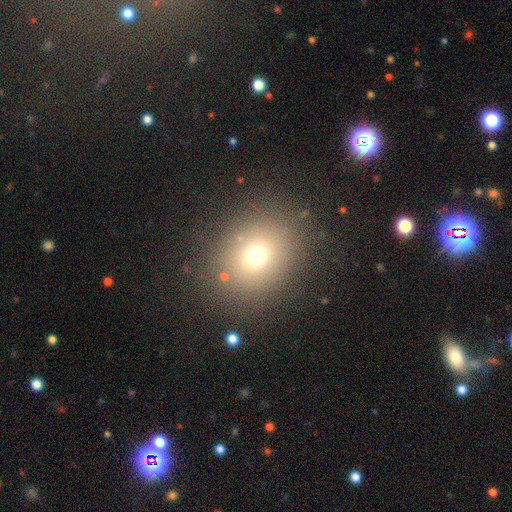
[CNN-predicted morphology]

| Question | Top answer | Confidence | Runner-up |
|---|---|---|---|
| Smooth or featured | smooth | 68% | star or artifact (20%) |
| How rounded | round | 62% | in between (37%) |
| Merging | none | 83% | minor disturbance (9%) |